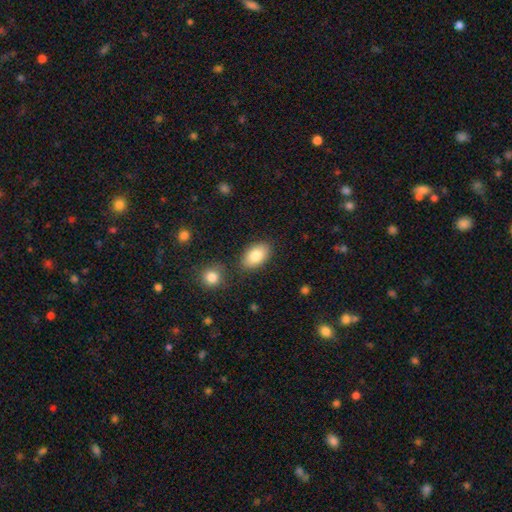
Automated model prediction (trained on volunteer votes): A smooth galaxy with no disk features (82%) that is in between round and cigar-shaped (91%). Merging: none (81%).